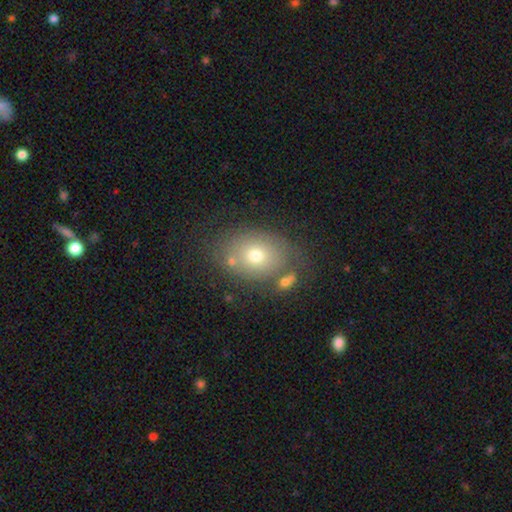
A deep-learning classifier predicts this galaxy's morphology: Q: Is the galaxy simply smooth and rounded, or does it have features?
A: smooth — 66%.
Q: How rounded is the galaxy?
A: in between — 61%.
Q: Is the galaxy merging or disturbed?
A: none — 67%.